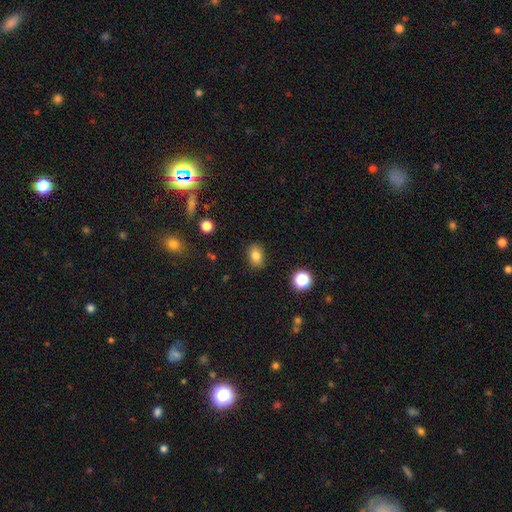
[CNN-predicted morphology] A smooth galaxy with no disk features (82%) that is in between round and cigar-shaped (74%).

Vote fractions:
- Smooth or featured? smooth: 82% / star or artifact: 11% / featured or disk: 7%
- How rounded? in between: 74% / round: 24% / cigar-shaped: 1%
- Merging? none: 86% / minor disturbance: 10% / major disturbance: 3% / merger: 2%